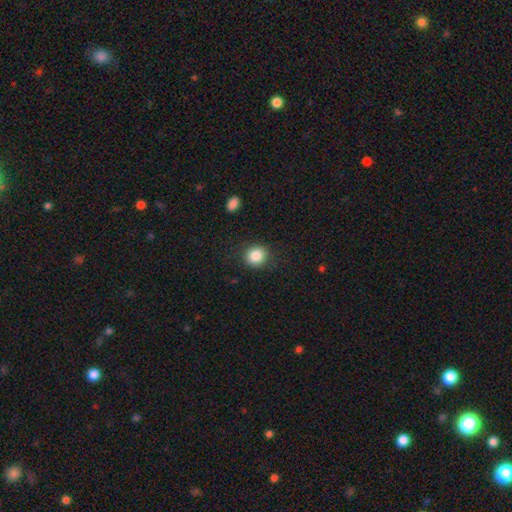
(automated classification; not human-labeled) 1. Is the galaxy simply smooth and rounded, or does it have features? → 85% smooth, 10% star or artifact, 5% featured or disk.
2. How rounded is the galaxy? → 81% round, 18% in between, 1% cigar-shaped.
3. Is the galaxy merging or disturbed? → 87% none, 9% minor disturbance, 3% major disturbance, 1% merger.